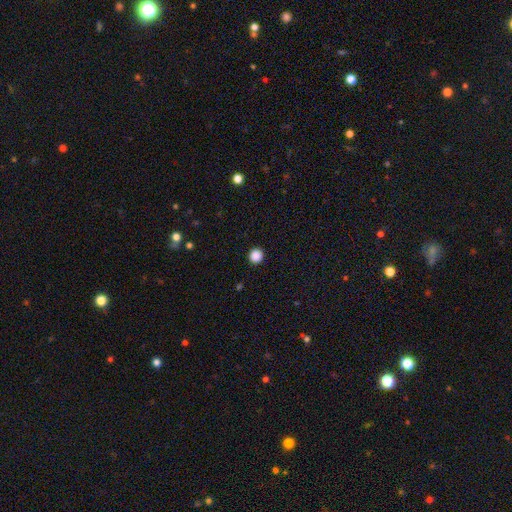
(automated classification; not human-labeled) A smooth galaxy with no disk features (88%) that is round (93%). Merging: none (93%).